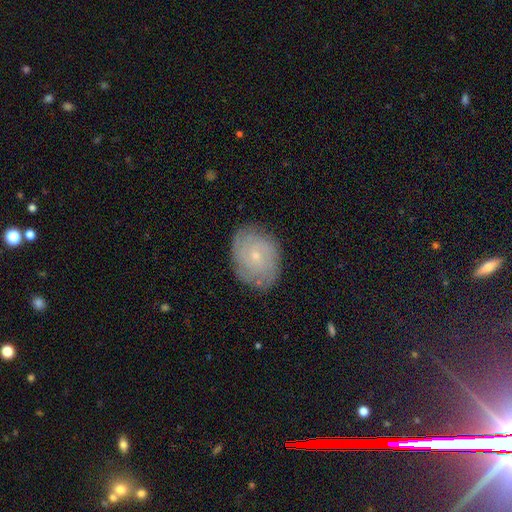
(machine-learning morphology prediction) smooth-or-featured: featured or disk: 64% | smooth: 27% | star or artifact: 9%
  disk-edge-on: no: 97% | yes: 3%
    bar: no: 81% | weak: 17% | strong: 2%
    has-spiral-arms: yes: 86% | no: 14%
      spiral-winding: tight: 70% | medium: 23% | loose: 7%
      spiral-arm-count: can't tell: 48% | 2: 15% | 3: 13% | 4: 12% | more than 4: 6% | 1: 6%
    bulge-size: small: 83% | moderate: 13% | none: 2% | large: 1% | dominant: 1%
  merging: none: 80% | minor disturbance: 15% | major disturbance: 4% | merger: 1%